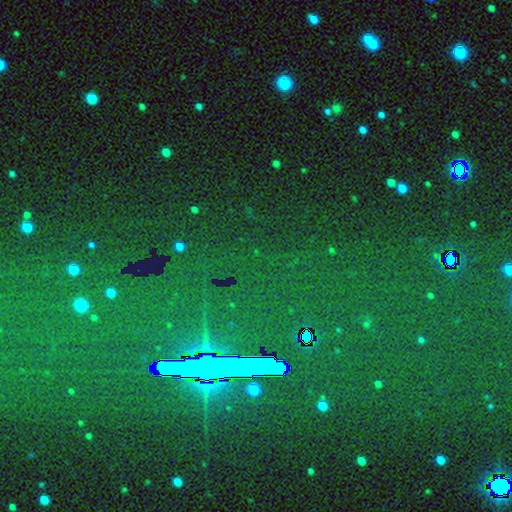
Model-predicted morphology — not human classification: Smooth or featured? Predicted: star or artifact (p=0.86).